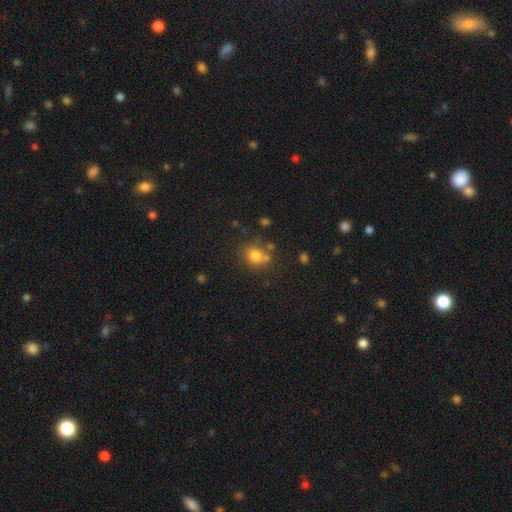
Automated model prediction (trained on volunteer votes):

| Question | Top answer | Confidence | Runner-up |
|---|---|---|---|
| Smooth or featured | smooth | 77% | star or artifact (13%) |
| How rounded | round | 71% | in between (28%) |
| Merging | none | 60% | merger (19%) |